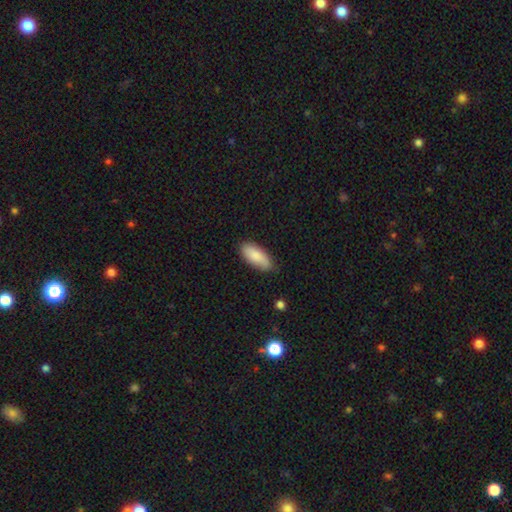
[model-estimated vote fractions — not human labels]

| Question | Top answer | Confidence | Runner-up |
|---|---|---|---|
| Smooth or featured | smooth | 83% | featured or disk (11%) |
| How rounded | in between | 84% | cigar-shaped (14%) |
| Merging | none | 79% | minor disturbance (17%) |